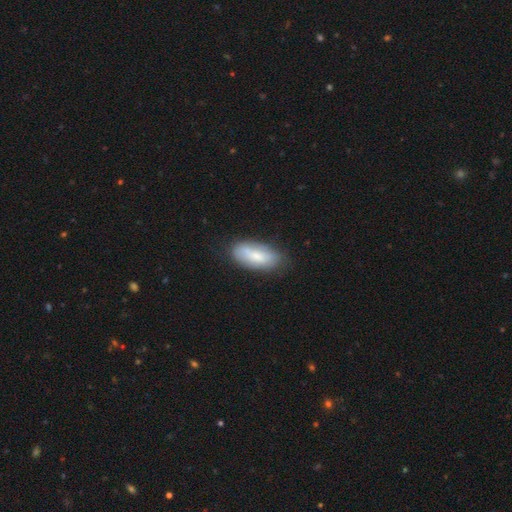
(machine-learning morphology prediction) This is likely a smooth galaxy (70%). How rounded: clearly in between (86%). Merging: likely none (69%).